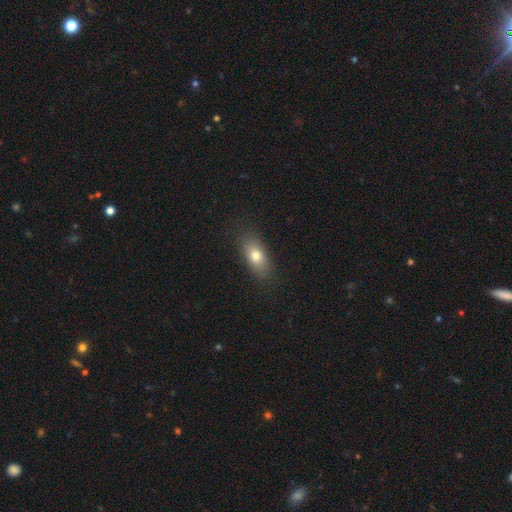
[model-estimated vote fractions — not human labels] Smooth or featured?
  - smooth: 75% *
  - featured or disk: 16%
  - star or artifact: 9%
How rounded?
  - in between: 83% *
  - cigar-shaped: 9%
  - round: 8%
Merging?
  - none: 83% *
  - minor disturbance: 12%
  - major disturbance: 4%
  - merger: 1%